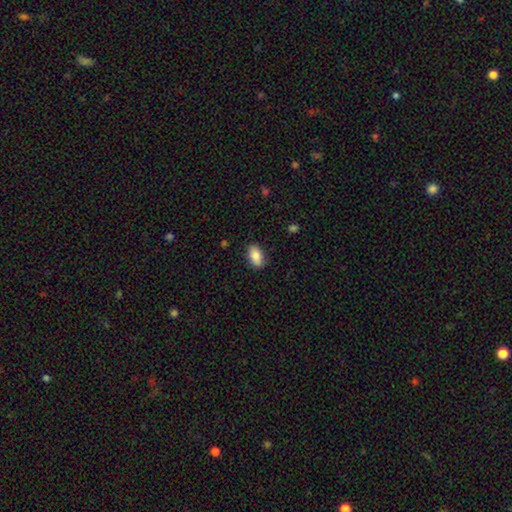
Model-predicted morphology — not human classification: type=smooth (85%); roundness=in between (91%); merging=none (86%).